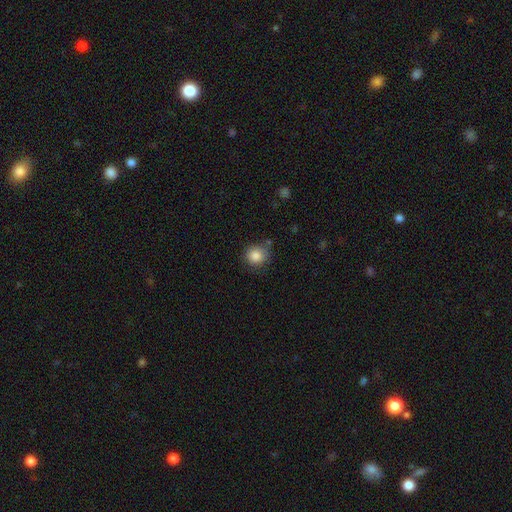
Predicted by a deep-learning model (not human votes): Overall: smooth (86%). How rounded: round (88%). Merging: none (78%).